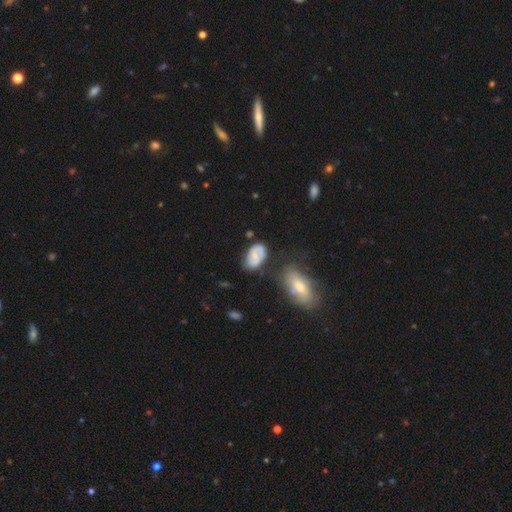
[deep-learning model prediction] Smooth or featured: smooth — 49% (featured or disk — 43%)
Merging: none — 62% (minor disturbance — 23%)